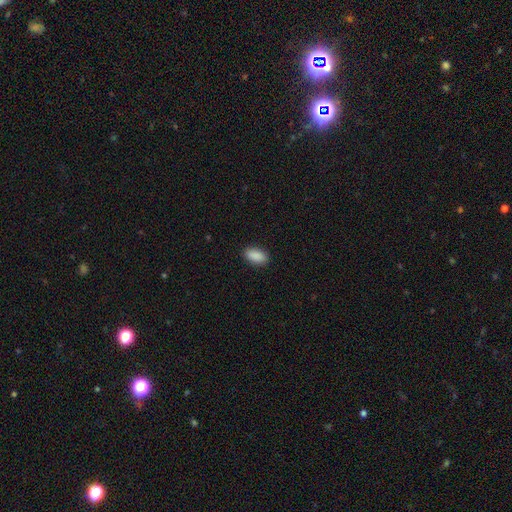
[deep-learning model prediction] A smooth galaxy with no disk features (91%) that is in between round and cigar-shaped (93%). Merging: none (90%).